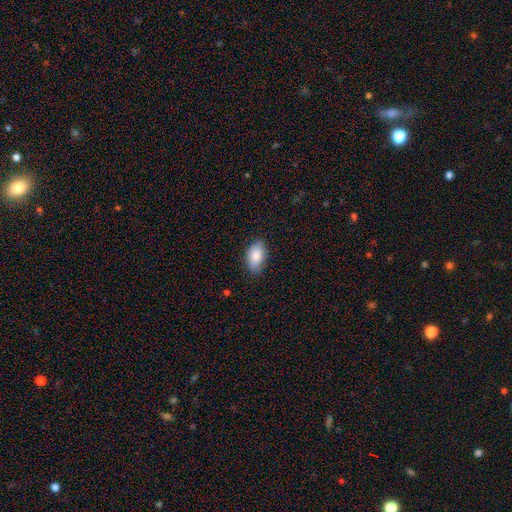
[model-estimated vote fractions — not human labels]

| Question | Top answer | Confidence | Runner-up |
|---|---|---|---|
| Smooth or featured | smooth | 84% | featured or disk (9%) |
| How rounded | in between | 92% | round (5%) |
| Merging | none | 79% | minor disturbance (17%) |